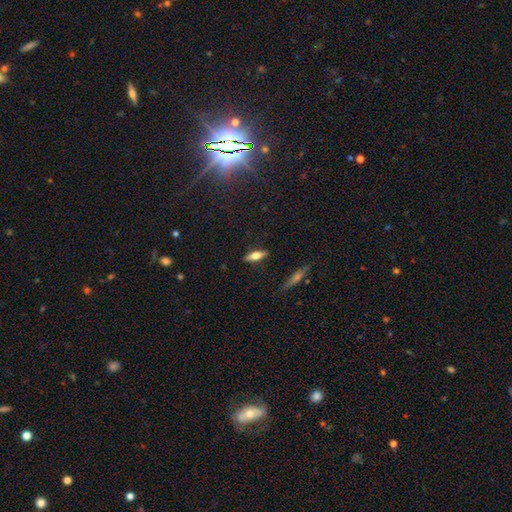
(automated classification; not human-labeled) This is possibly a smooth galaxy (54%). How rounded: possibly in between (52%). Merging: clearly none (87%).